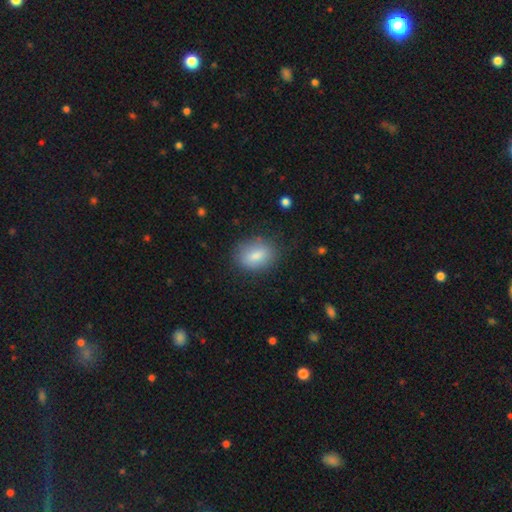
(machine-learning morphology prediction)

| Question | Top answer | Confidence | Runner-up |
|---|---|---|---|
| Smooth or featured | smooth | 82% | featured or disk (10%) |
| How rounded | in between | 74% | round (24%) |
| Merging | none | 79% | minor disturbance (15%) |